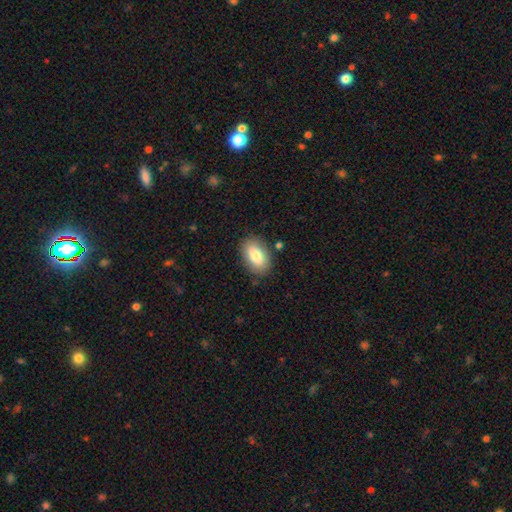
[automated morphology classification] Overall: smooth (81%). How rounded: in between (91%). Merging: none (84%).